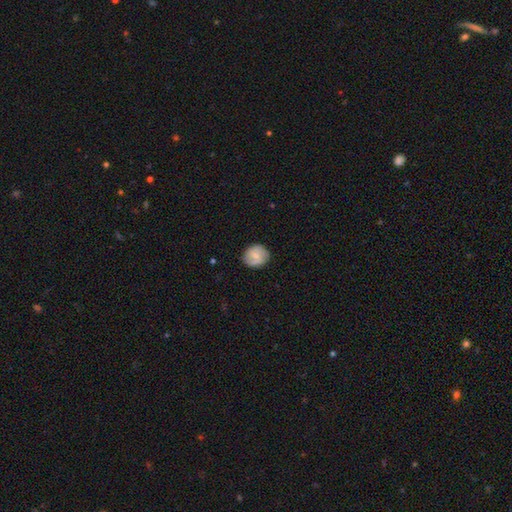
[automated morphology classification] Overall: smooth (54%; featured or disk 40%). How rounded: round (76%). Merging: none (79%).